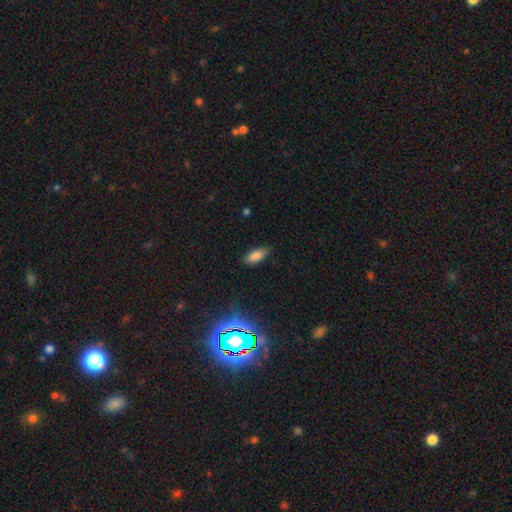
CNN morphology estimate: Q: Smooth or featured?
A: smooth (83%); runner-up: star or artifact (10%)
Q: How rounded?
A: in between (84%); runner-up: cigar-shaped (14%)
Q: Merging?
A: none (81%); runner-up: minor disturbance (15%)